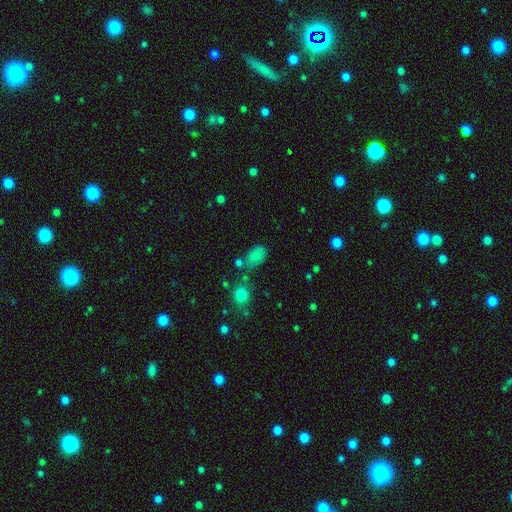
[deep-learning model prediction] Smooth or featured?
  - smooth: 79% *
  - star or artifact: 14%
  - featured or disk: 7%
How rounded?
  - in between: 86% *
  - round: 13%
  - cigar-shaped: 2%
Merging?
  - none: 60% *
  - minor disturbance: 21%
  - merger: 11%
  - major disturbance: 7%